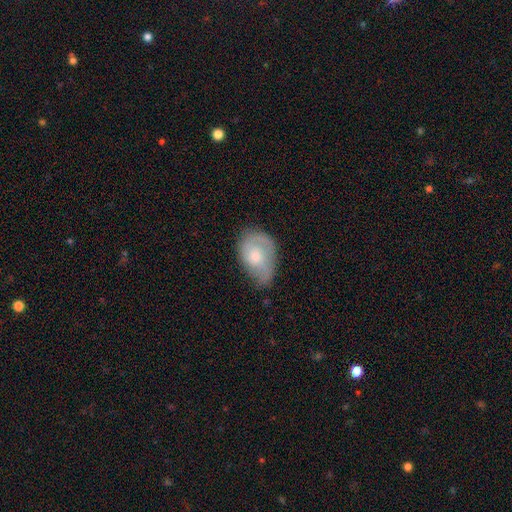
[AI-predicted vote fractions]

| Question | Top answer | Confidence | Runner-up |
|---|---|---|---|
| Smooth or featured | featured or disk | 51% | smooth (43%) |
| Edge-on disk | no | 95% | yes (5%) |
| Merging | none | 47% | minor disturbance (36%) |